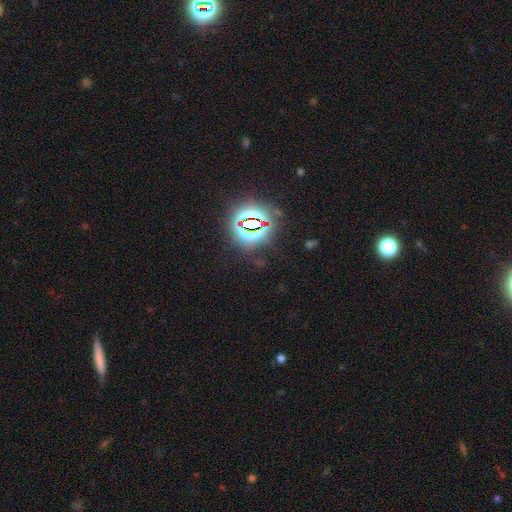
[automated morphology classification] A star or artifact, not a galaxy (82%).